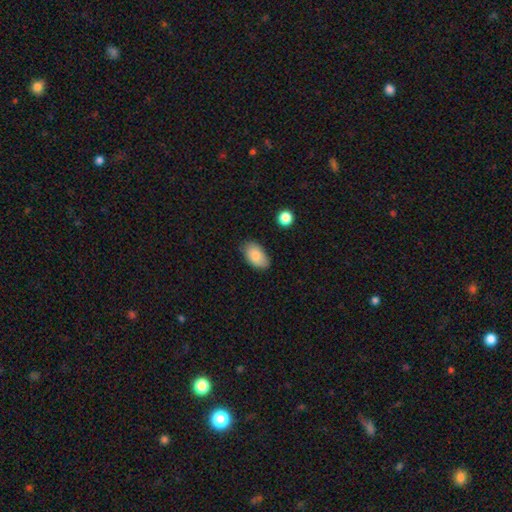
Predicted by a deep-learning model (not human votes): This is clearly a smooth galaxy (84%). How rounded: clearly in between (94%). Merging: likely none (79%).